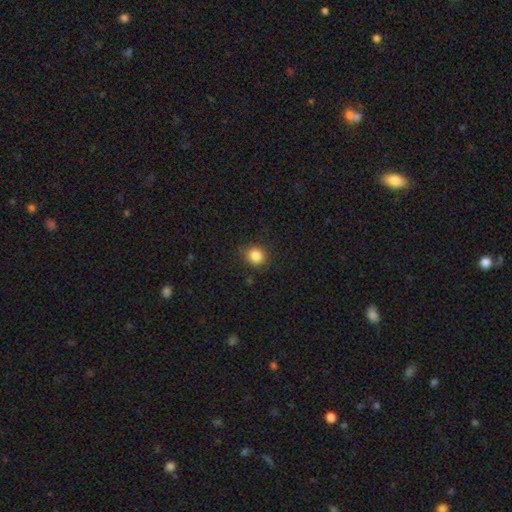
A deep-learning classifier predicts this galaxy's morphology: A smooth galaxy with no disk features (85%) that is round (83%). Merging: none (83%).